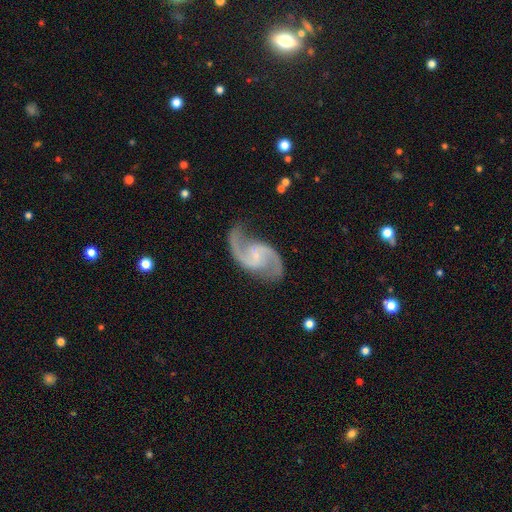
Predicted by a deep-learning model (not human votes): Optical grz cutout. It shows a featured or disk galaxy (93%) with a weak bar (49%), 2 (94%) loose (51%) spiral arms (98%) and a small central bulge (64%). Merging: none (78%).